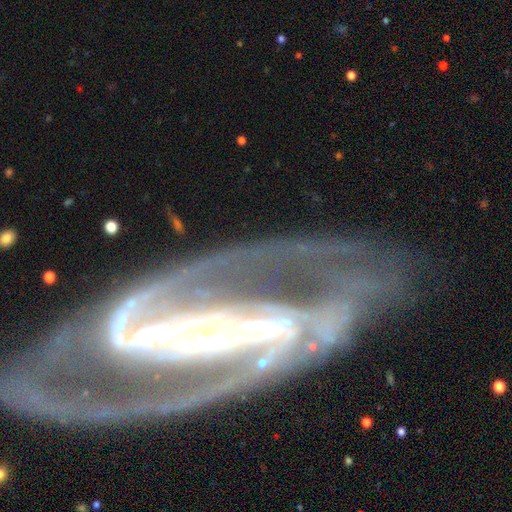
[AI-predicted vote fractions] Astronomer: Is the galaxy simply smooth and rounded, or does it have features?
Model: featured or disk — 93%.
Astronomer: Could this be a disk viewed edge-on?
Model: no — 96%.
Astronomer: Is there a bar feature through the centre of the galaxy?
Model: strong — 77%.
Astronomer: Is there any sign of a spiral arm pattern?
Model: yes — 98%.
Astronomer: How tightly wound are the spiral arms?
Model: medium — 55%.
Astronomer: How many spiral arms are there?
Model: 2 — 90%.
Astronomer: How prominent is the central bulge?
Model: small — 72%.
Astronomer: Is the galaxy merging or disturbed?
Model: none — 67%.